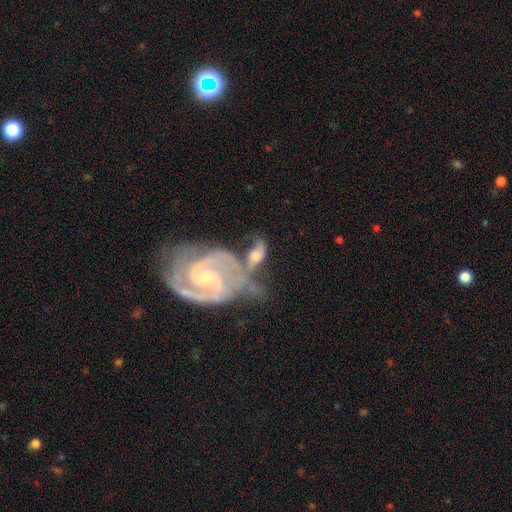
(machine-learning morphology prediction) The model was most divided on "bar": no: 46%, weak: 41%, strong: 14%. Remaining: edge-on disk — no (95%); spiral arms — yes (92%); spiral arm count — 2 (81%); smooth or featured — featured or disk (73%); bulge size — small (59%); merging — merger (48%); spiral winding — medium (46%).